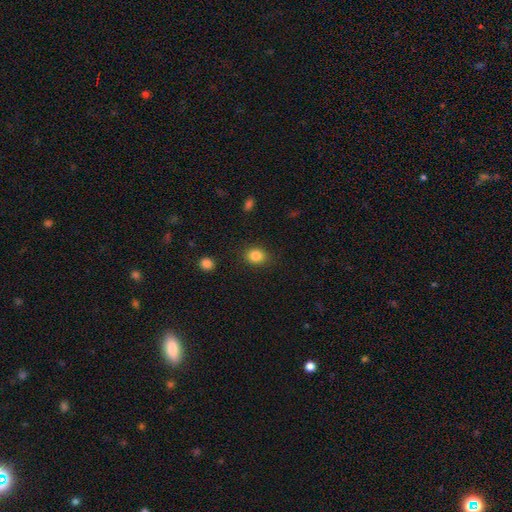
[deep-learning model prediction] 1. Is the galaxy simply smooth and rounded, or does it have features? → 85% smooth, 10% star or artifact, 5% featured or disk.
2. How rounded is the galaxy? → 51% round, 48% in between, 1% cigar-shaped.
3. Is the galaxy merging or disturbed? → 86% none, 10% minor disturbance, 3% major disturbance, 1% merger.